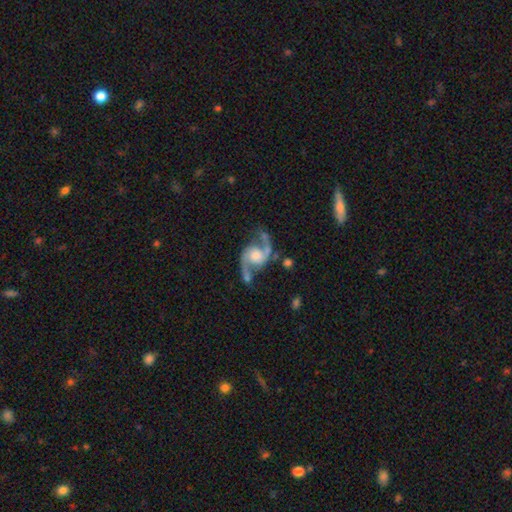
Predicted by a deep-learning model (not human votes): The model was most divided on "spiral winding": loose: 49%, medium: 43%, tight: 8%. Remaining: spiral arms — yes (98%); edge-on disk — no (98%); spiral arm count — 2 (94%); smooth or featured — featured or disk (91%); merging — none (70%); bar — no (61%); bulge size — moderate (41%).